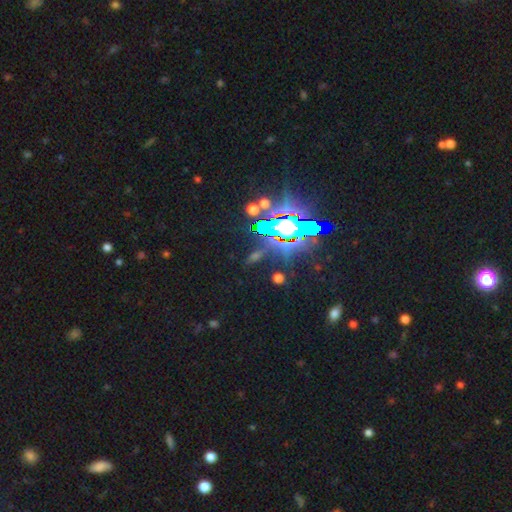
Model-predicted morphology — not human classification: smooth-or-featured: star or artifact: 64% | smooth: 20% | featured or disk: 16%